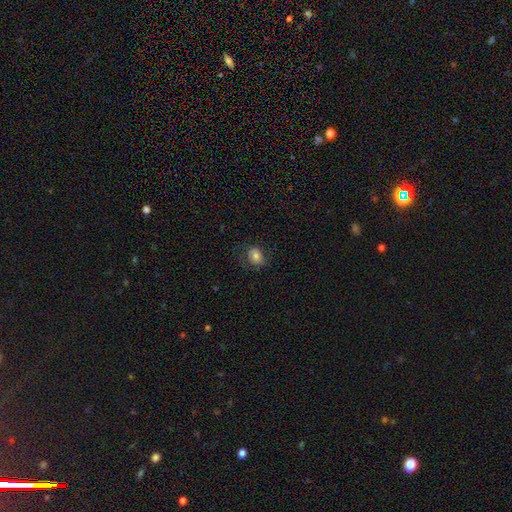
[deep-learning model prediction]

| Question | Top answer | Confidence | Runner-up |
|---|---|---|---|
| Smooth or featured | smooth | 73% | featured or disk (17%) |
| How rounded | round | 50% | in between (49%) |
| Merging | none | 70% | minor disturbance (19%) |